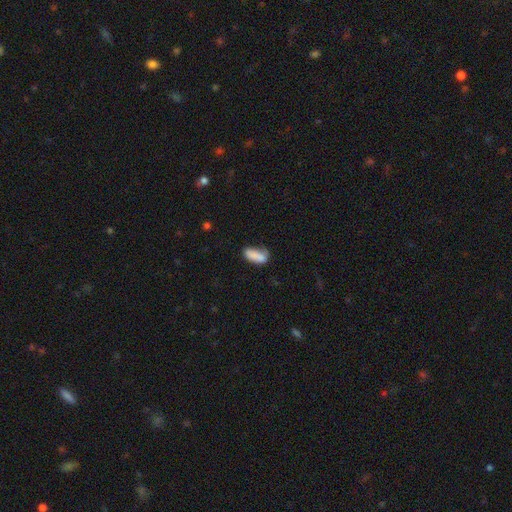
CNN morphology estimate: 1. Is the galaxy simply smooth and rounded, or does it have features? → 82% smooth, 9% featured or disk, 8% star or artifact.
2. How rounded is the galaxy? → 75% in between, 22% cigar-shaped, 3% round.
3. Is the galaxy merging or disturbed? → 50% none, 28% minor disturbance, 11% major disturbance, 11% merger.